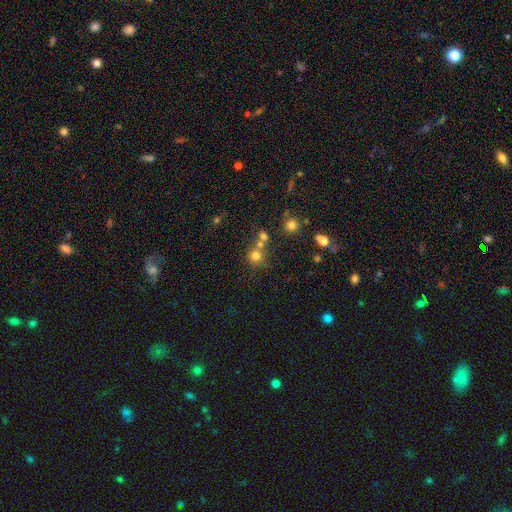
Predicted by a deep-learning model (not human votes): Smooth or featured: smooth — 73% (star or artifact — 18%)
How rounded: round — 89% (in between — 10%)
Merging: none — 59% (merger — 28%)